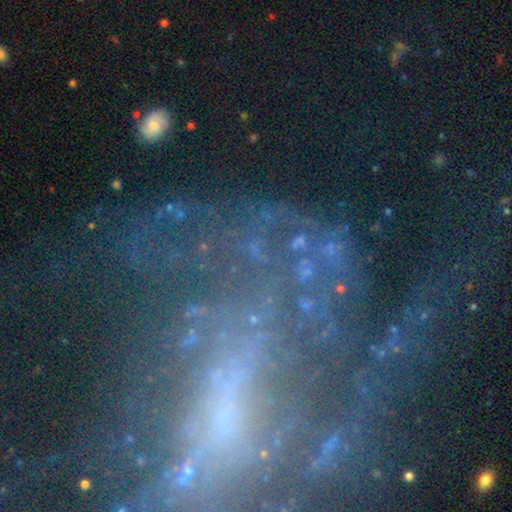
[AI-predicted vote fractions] smooth-or-featured: featured or disk: 70% | star or artifact: 19% | smooth: 11%
  disk-edge-on: no: 94% | yes: 6%
    bar: no: 42% | weak: 32% | strong: 27%
    has-spiral-arms: yes: 69% | no: 31%
    bulge-size: small: 40% | none: 36% | moderate: 17% | large: 4% | dominant: 2%
  merging: none: 52% | major disturbance: 25% | minor disturbance: 17% | merger: 5%